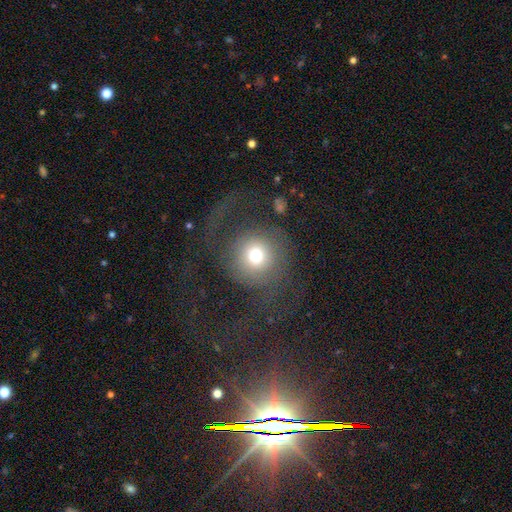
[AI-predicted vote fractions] Q: Smooth or featured?
A: smooth (62%); runner-up: featured or disk (26%)
Q: How rounded?
A: round (92%); runner-up: in between (7%)
Q: Merging?
A: none (45%); runner-up: major disturbance (42%)